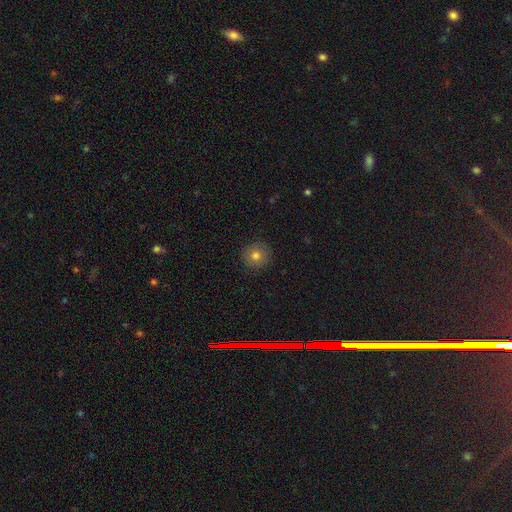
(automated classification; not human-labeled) smooth-or-featured: smooth: 76% | star or artifact: 12% | featured or disk: 11%
  how-rounded: round: 94% | in between: 5% | cigar-shaped: 1%
  merging: none: 89% | minor disturbance: 8% | major disturbance: 2% | merger: 1%